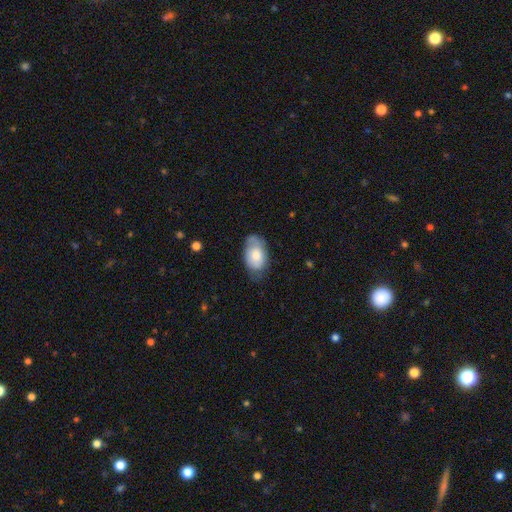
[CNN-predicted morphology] A smooth galaxy with no disk features (73%) that is in between round and cigar-shaped (92%). Merging: none (60%).